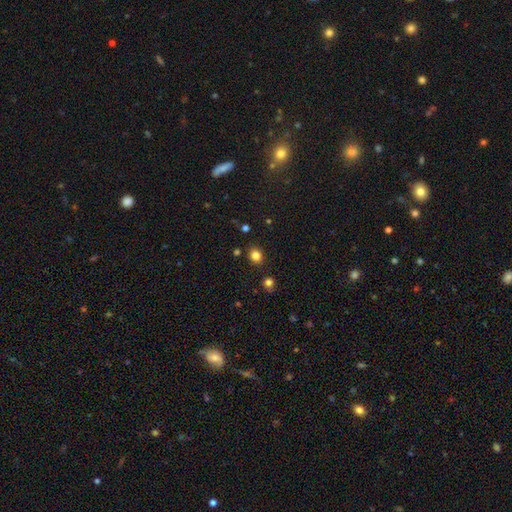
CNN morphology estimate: smooth-or-featured: smooth: 81% | star or artifact: 14% | featured or disk: 5%
  how-rounded: round: 73% | in between: 26% | cigar-shaped: 1%
  merging: none: 87% | minor disturbance: 8% | merger: 3% | major disturbance: 2%